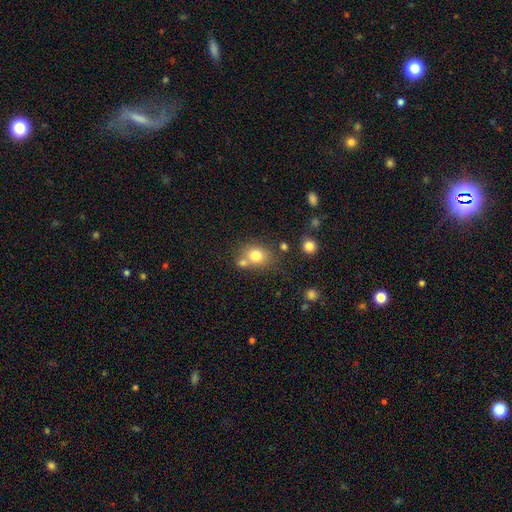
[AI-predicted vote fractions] Smooth or featured? smooth (77%)
How rounded? round (64%)
Merging? none (57%)